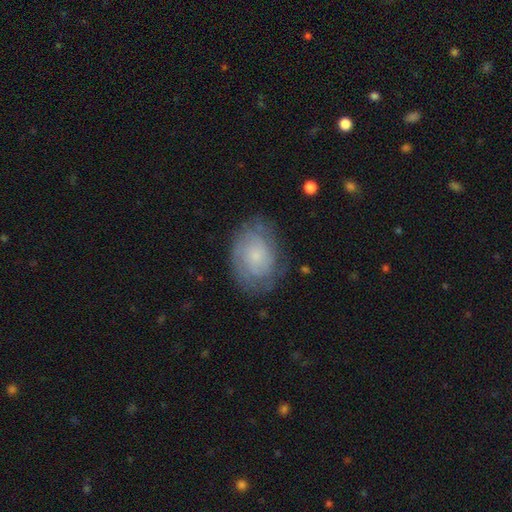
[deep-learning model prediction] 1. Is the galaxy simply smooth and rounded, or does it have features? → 62% featured or disk, 30% smooth, 8% star or artifact.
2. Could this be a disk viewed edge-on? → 97% no, 3% yes.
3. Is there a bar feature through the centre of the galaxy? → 80% no, 18% weak, 2% strong.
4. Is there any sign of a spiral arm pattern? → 86% yes, 14% no.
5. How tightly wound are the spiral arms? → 68% tight, 25% medium, 8% loose.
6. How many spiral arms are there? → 47% can't tell, 29% 2, 10% 3, 5% 1, 5% 4, 4% more than 4.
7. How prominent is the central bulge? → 70% small, 17% moderate, 9% none, 3% large, 1% dominant.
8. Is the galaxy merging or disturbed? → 74% none, 18% minor disturbance, 7% major disturbance, 1% merger.